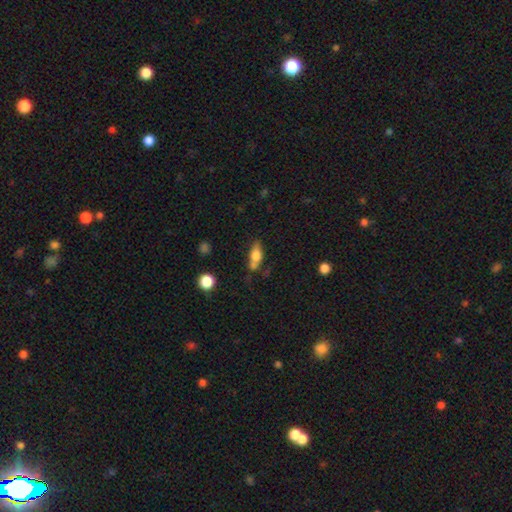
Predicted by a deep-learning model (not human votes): smooth 65%, featured or disk 26%, star or artifact 9%. Down the decision tree: how rounded — in between (69%); merging — none (50%).